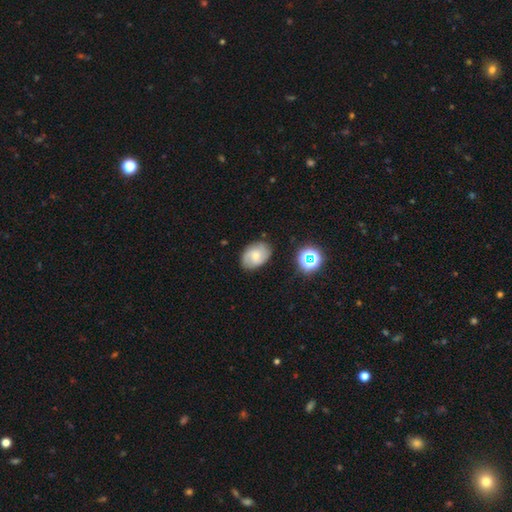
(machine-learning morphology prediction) type=featured or disk (46%); merging=none (80%).